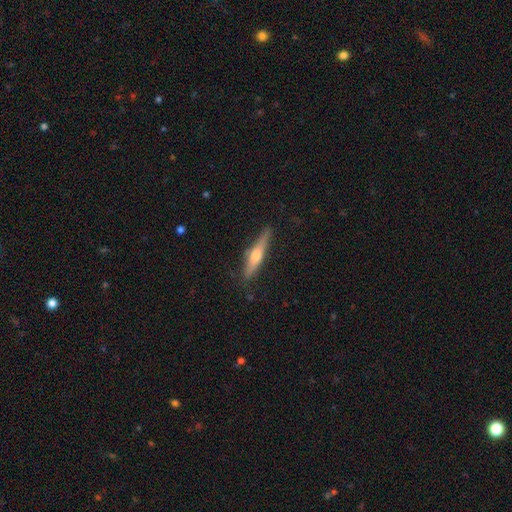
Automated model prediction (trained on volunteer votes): The model was most divided on "smooth or featured": featured or disk: 62%, smooth: 32%, star or artifact: 6%. More confident: edge-on disk — yes (97%); edge-on bulge — rounded (88%); merging — none (86%).